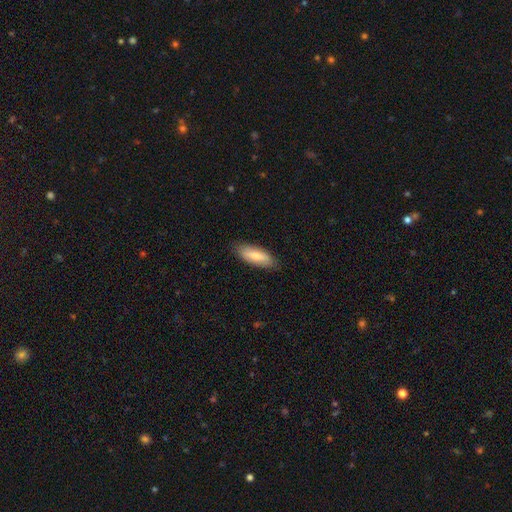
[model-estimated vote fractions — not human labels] smooth 74%, featured or disk 21%, star or artifact 6%. Down the decision tree: how rounded — in between (68%); merging — none (85%).